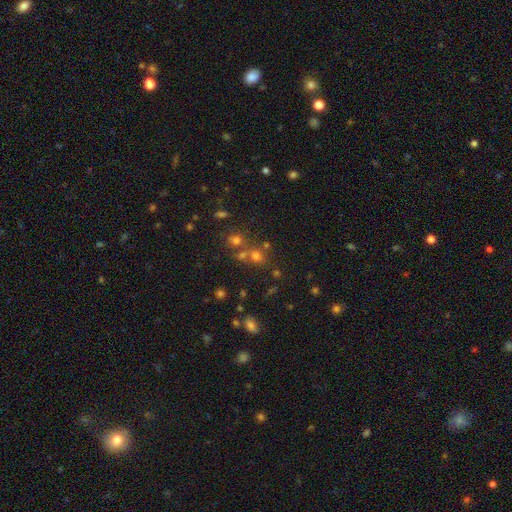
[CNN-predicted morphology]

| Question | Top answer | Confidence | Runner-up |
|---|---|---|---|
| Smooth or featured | smooth | 51% | star or artifact (37%) |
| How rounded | round | 84% | in between (15%) |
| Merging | none | 60% | merger (29%) |